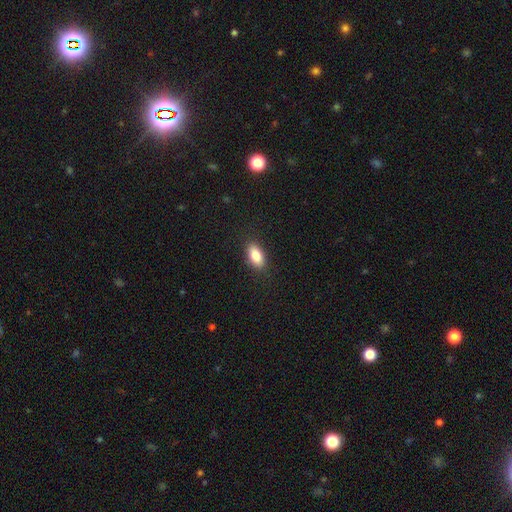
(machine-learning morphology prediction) Smooth or featured: smooth — 85% (featured or disk — 8%)
How rounded: in between — 89% (cigar-shaped — 6%)
Merging: none — 88% (minor disturbance — 9%)